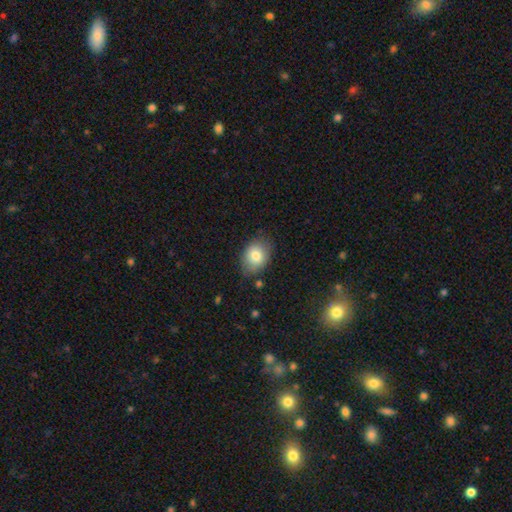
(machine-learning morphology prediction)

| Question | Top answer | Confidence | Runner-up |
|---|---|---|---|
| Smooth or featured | smooth | 80% | featured or disk (12%) |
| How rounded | in between | 71% | round (28%) |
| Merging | none | 74% | minor disturbance (20%) |